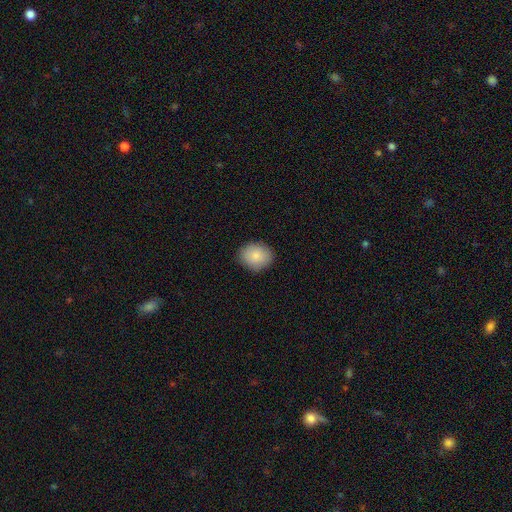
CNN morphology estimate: Smooth or featured? smooth (86%)
How rounded? round (52%)
Merging? none (88%)